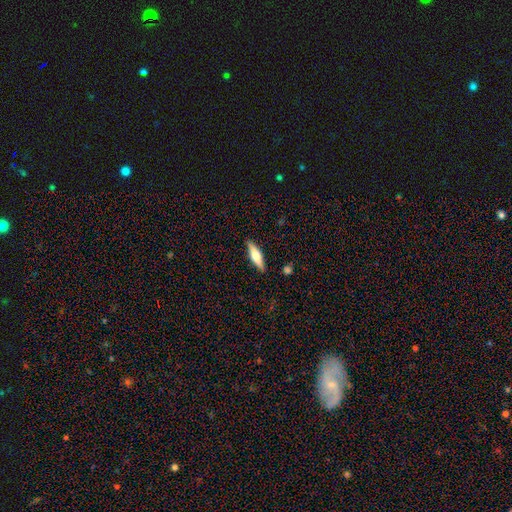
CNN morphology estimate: Smooth or featured?
  - smooth: 49% *
  - featured or disk: 45%
  - star or artifact: 6%
Merging?
  - none: 87% *
  - minor disturbance: 9%
  - major disturbance: 2%
  - merger: 2%